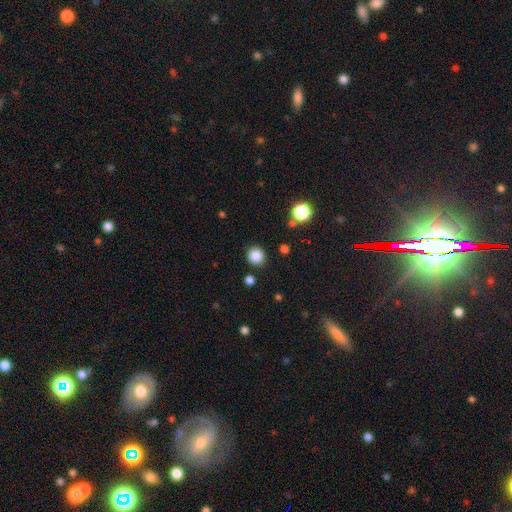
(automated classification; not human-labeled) smooth 85%, star or artifact 11%, featured or disk 3%. Down the decision tree: how rounded — round (90%); merging — none (89%).